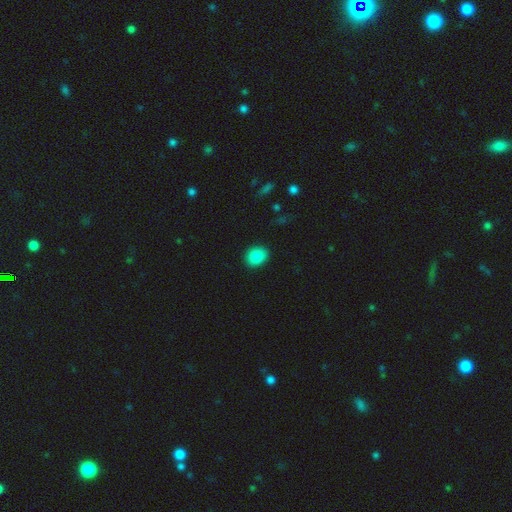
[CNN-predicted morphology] smooth-or-featured: smooth: 87% | star or artifact: 8% | featured or disk: 4%
  how-rounded: round: 50% | in between: 49% | cigar-shaped: 1%
  merging: none: 89% | minor disturbance: 8% | major disturbance: 2% | merger: 1%